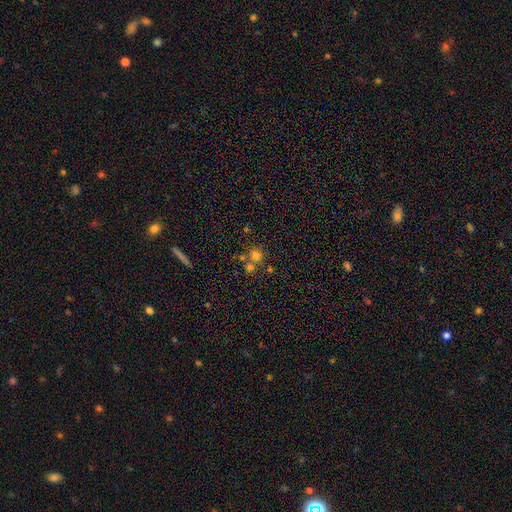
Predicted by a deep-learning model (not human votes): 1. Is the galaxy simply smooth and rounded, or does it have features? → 69% smooth, 20% star or artifact, 11% featured or disk.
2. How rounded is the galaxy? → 85% round, 14% in between, 1% cigar-shaped.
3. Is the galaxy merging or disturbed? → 53% none, 37% merger, 7% minor disturbance, 4% major disturbance.